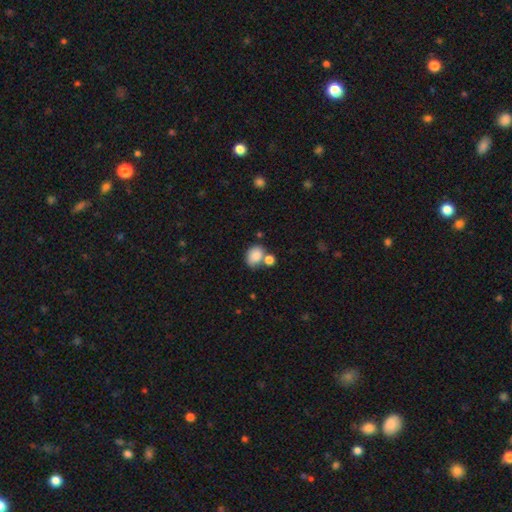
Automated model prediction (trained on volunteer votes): This is clearly a smooth galaxy (84%). How rounded: likely in between (60%). Merging: possibly none (51%).